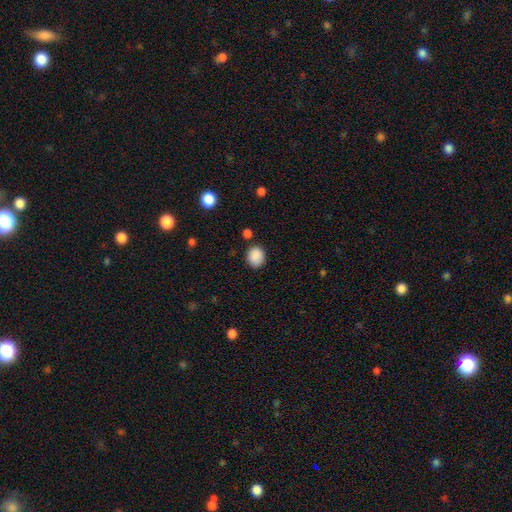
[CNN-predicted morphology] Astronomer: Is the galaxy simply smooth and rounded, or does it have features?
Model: smooth — 88%.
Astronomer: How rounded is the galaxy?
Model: round — 64%.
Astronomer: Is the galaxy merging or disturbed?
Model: none — 81%.